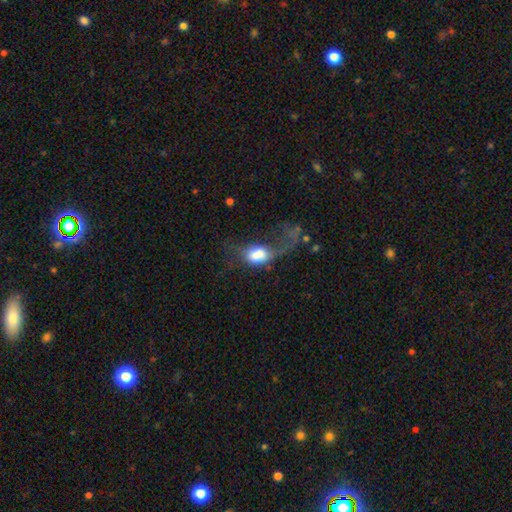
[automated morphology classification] The model was most divided on "smooth or featured": smooth: 63%, featured or disk: 28%, star or artifact: 9%. More confident: how rounded — in between (76%); merging — major disturbance (58%).